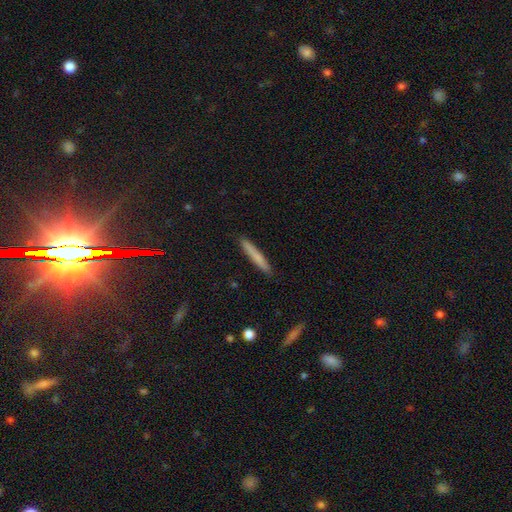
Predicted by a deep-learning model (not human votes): This is likely a smooth galaxy (73%). How rounded: clearly cigar-shaped (96%). Merging: clearly none (91%).